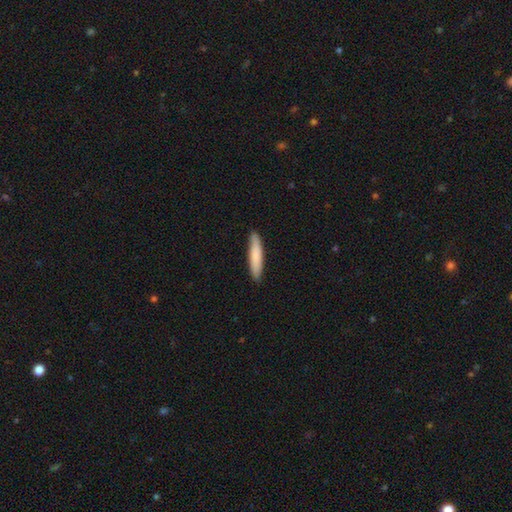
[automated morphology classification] smooth_or_featured: smooth (p=0.81) [alt: featured or disk p=0.14]
how_rounded: cigar-shaped (p=0.87) [alt: in between p=0.12]
merging: none (p=0.86) [alt: minor disturbance p=0.11]